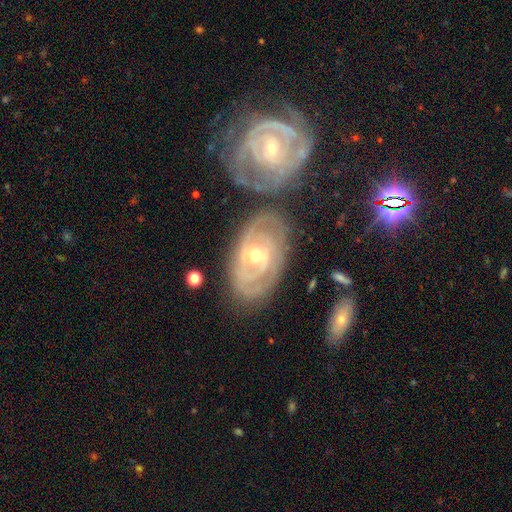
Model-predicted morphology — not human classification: Smooth or featured?
  - featured or disk: 85% *
  - smooth: 9%
  - star or artifact: 5%
Edge-on disk?
  - no: 95% *
  - yes: 5%
Bar?
  - no: 51% *
  - weak: 35%
  - strong: 15%
Spiral arms?
  - yes: 91% *
  - no: 9%
Spiral winding?
  - tight: 73% *
  - medium: 22%
  - loose: 5%
Spiral arm count?
  - 2: 35% *
  - can't tell: 33%
  - 3: 18%
  - 4: 6%
  - 1: 5%
  - more than 4: 4%
Bulge size?
  - moderate: 56% *
  - small: 40%
  - large: 2%
  - none: 1%
  - dominant: 1%
Merging?
  - none: 64% *
  - minor disturbance: 17%
  - merger: 11%
  - major disturbance: 7%